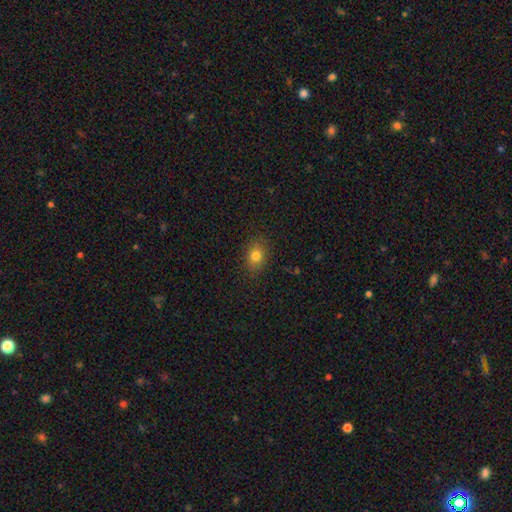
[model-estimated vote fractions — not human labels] Morphology: type=smooth (80%); roundness=in between (62%); merging=none (87%).